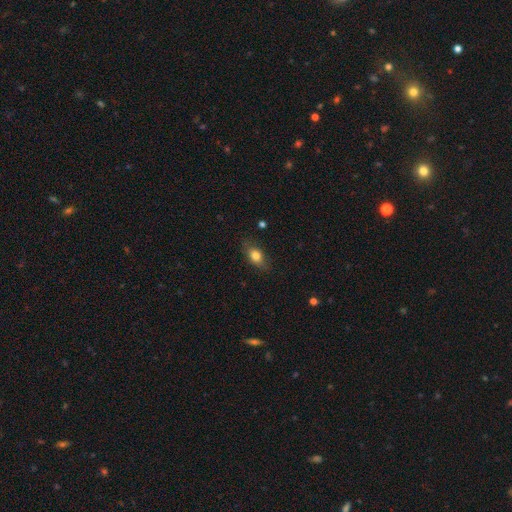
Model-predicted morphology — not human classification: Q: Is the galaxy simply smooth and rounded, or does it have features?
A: smooth — 77%.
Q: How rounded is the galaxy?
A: in between — 78%.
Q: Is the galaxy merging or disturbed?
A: none — 77%.